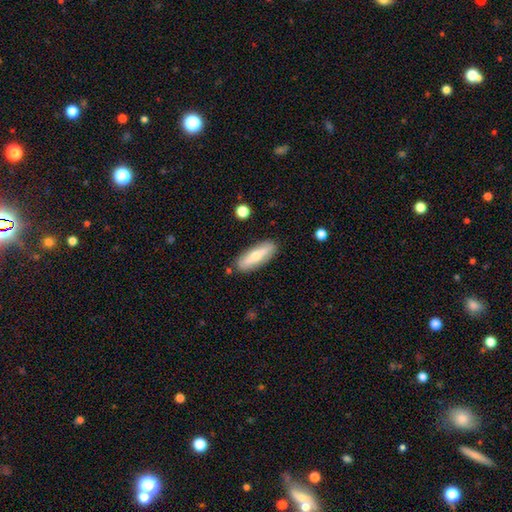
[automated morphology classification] The model was most divided on "how rounded": cigar-shaped: 50%, in between: 47%, round: 2%. More confident: merging — none (86%); smooth or featured — smooth (60%).